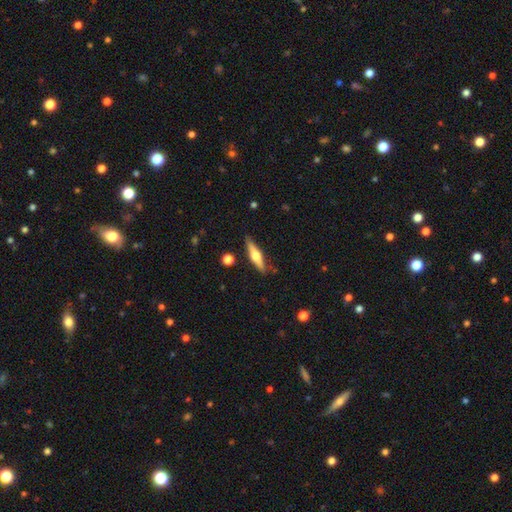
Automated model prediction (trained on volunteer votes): A featured or disk galaxy (55%) viewed edge-on (95%) with a rounded central bulge (91%).

Vote fractions:
- Smooth or featured? featured or disk: 55% / smooth: 39% / star or artifact: 6%
- Edge-on disk? yes: 95% / no: 5%
- Edge-on bulge? rounded: 91% / boxy: 5% / none: 4%
- Merging? none: 84% / minor disturbance: 11% / merger: 3% / major disturbance: 2%